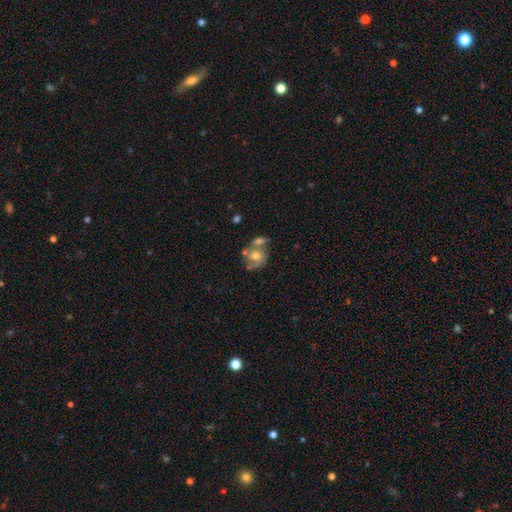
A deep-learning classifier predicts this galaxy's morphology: Smooth or featured?
  - featured or disk: 63% *
  - smooth: 29%
  - star or artifact: 8%
Edge-on disk?
  - no: 97% *
  - yes: 3%
Bar?
  - no: 72% *
  - weak: 23%
  - strong: 4%
Spiral arms?
  - yes: 79% *
  - no: 21%
Bulge size?
  - moderate: 63% *
  - small: 19%
  - large: 12%
  - none: 4%
  - dominant: 2%
Merging?
  - merger: 37% *
  - none: 35%
  - minor disturbance: 16%
  - major disturbance: 12%